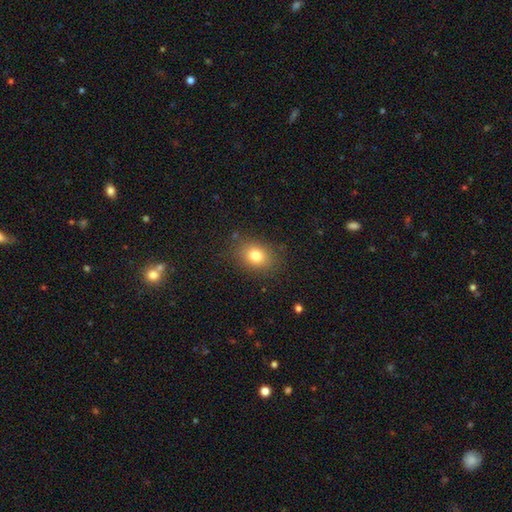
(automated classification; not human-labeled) Smooth or featured: smooth — 79% (star or artifact — 12%)
How rounded: in between — 56% (round — 43%)
Merging: none — 84% (minor disturbance — 11%)